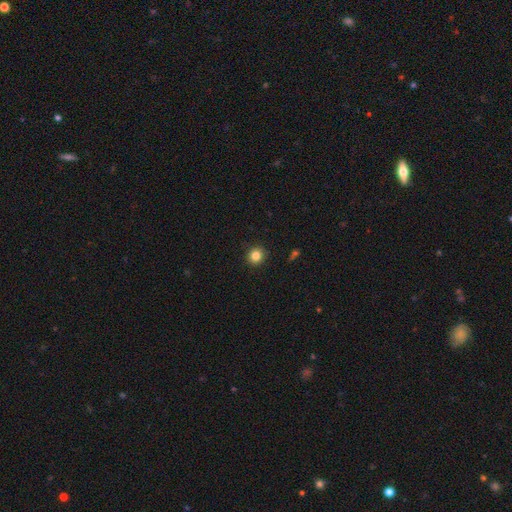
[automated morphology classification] Smooth or featured? smooth (84%)
How rounded? round (92%)
Merging? none (91%)